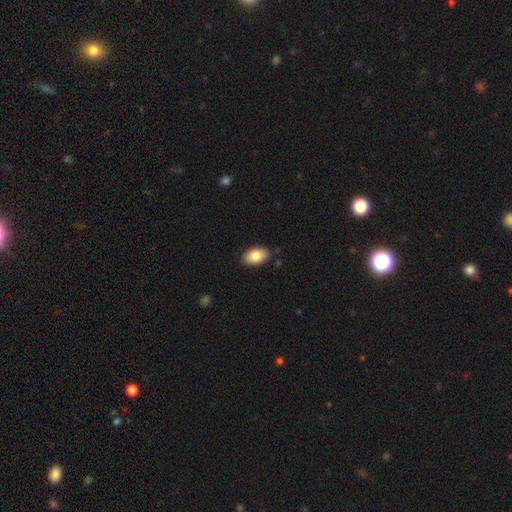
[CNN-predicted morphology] The model was most divided on "smooth or featured": smooth: 84%, featured or disk: 9%, star or artifact: 7%. More confident: how rounded — in between (92%); merging — none (86%).